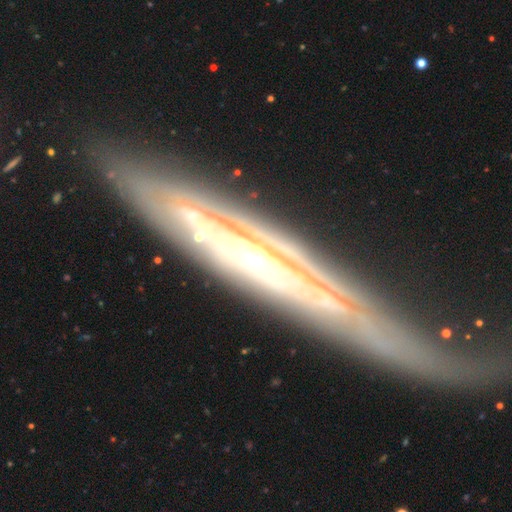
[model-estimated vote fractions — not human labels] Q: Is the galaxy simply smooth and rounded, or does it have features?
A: featured or disk — 82%.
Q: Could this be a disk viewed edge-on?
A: yes — 71%.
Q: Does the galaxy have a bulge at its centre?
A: rounded — 63%.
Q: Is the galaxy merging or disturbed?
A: none — 80%.